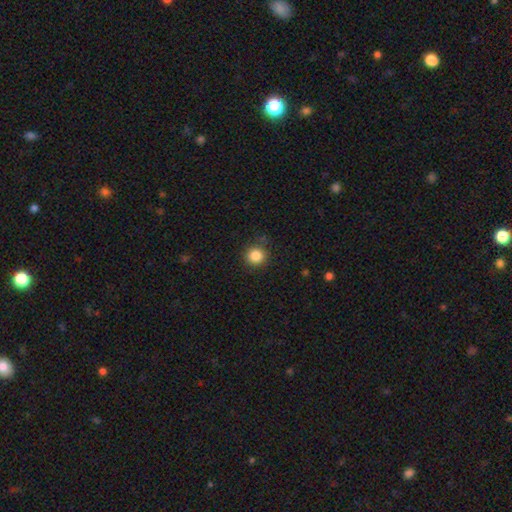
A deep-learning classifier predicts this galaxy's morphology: Overall: smooth (86%). How rounded: round (93%). Merging: none (87%).